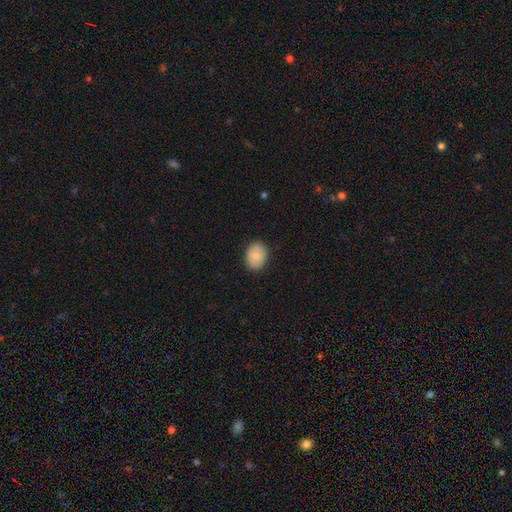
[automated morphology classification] A smooth galaxy with no disk features (82%) that is in between round and cigar-shaped (62%).

Vote fractions:
- Smooth or featured? smooth: 82% / featured or disk: 11% / star or artifact: 7%
- How rounded? in between: 62% / round: 37% / cigar-shaped: 1%
- Merging? none: 88% / minor disturbance: 9% / major disturbance: 2% / merger: 1%